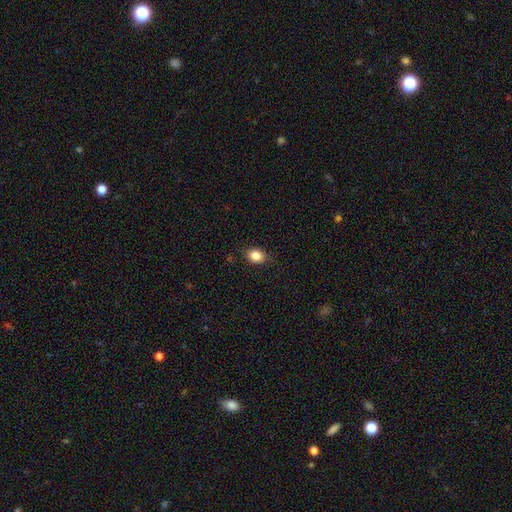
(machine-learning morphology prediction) Smooth or featured?
  - smooth: 85% *
  - star or artifact: 10%
  - featured or disk: 5%
How rounded?
  - in between: 58% *
  - round: 41%
  - cigar-shaped: 1%
Merging?
  - none: 86% *
  - minor disturbance: 11%
  - major disturbance: 3%
  - merger: 1%